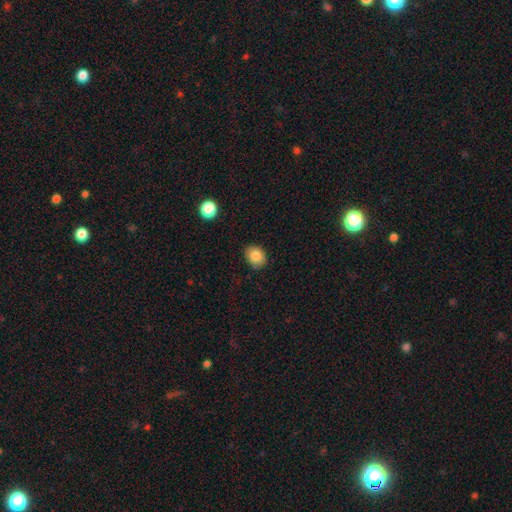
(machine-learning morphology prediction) Smooth or featured? Predicted: smooth (p=0.84). How rounded? Predicted: in between (p=0.53). Merging? Predicted: none (p=0.86).